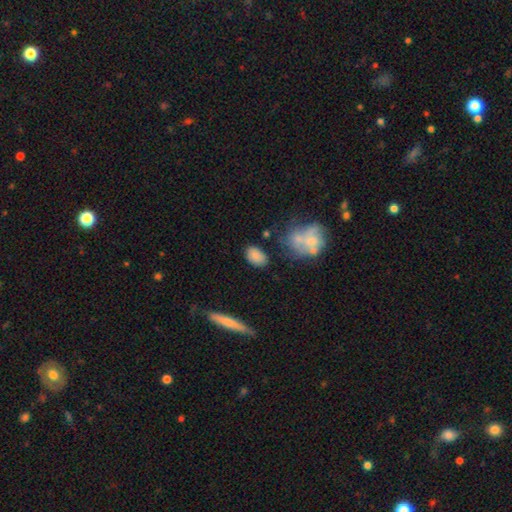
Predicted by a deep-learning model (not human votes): Overall: smooth (83%). How rounded: in between (86%). Merging: none (74%).